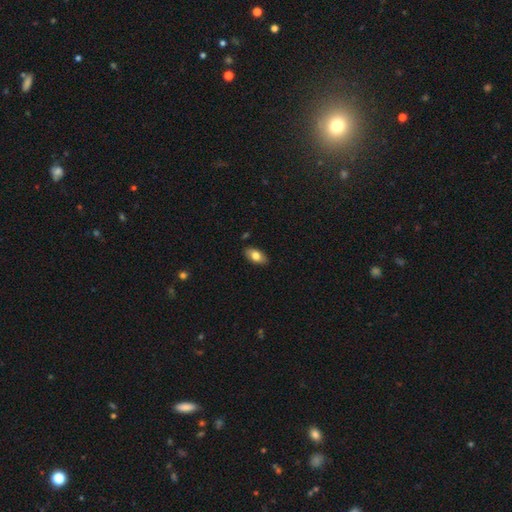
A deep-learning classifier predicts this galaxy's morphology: Smooth or featured? smooth (77%)
How rounded? in between (92%)
Merging? none (87%)